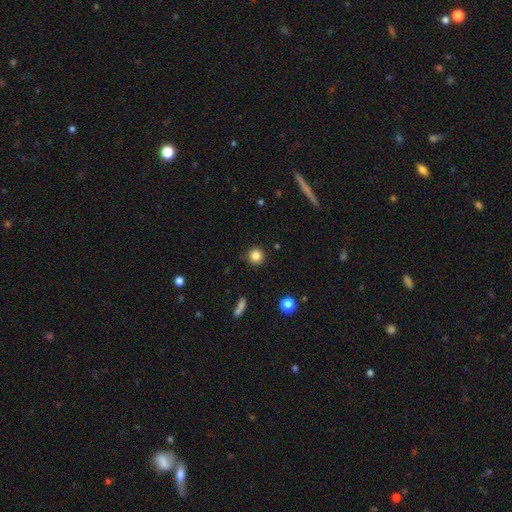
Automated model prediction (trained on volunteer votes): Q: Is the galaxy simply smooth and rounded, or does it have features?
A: smooth — 84%.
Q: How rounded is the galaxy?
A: round — 94%.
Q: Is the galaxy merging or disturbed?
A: none — 90%.